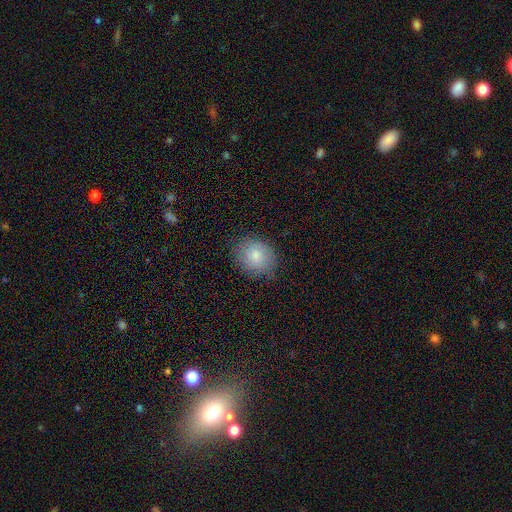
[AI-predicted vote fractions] Smooth or featured? smooth (79%)
How rounded? round (67%)
Merging? none (80%)